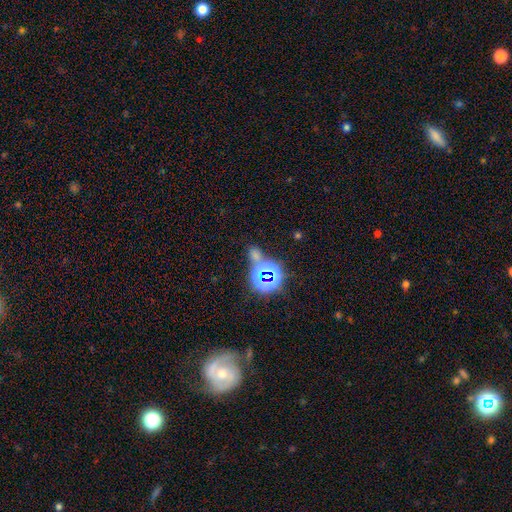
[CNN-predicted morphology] This is possibly a star or artifact rather than a galaxy (58%).